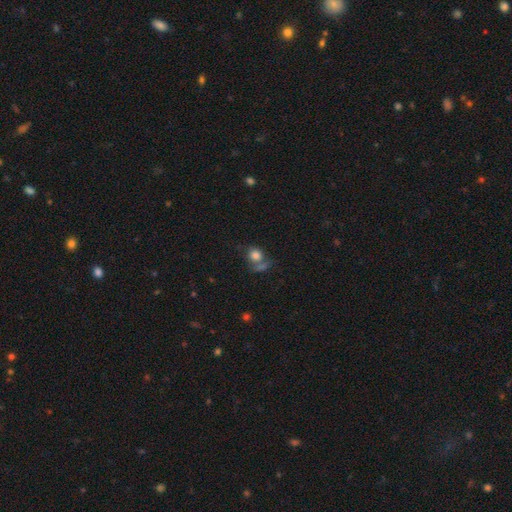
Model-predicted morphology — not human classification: type=smooth (79%); roundness=round (74%); merging=none (45%).